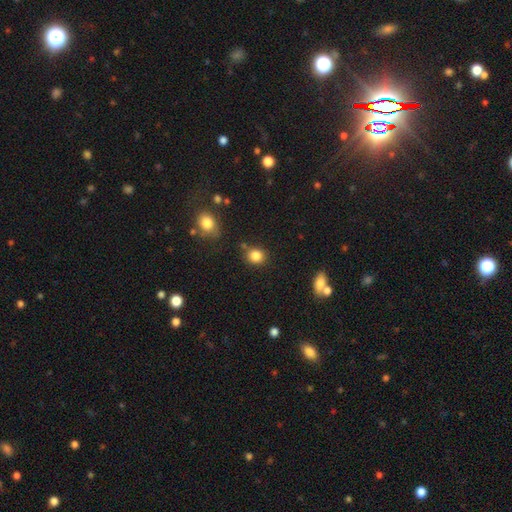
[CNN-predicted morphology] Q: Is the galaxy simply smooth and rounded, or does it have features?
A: smooth — 84%.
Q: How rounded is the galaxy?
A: round — 78%.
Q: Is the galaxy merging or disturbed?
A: none — 78%.